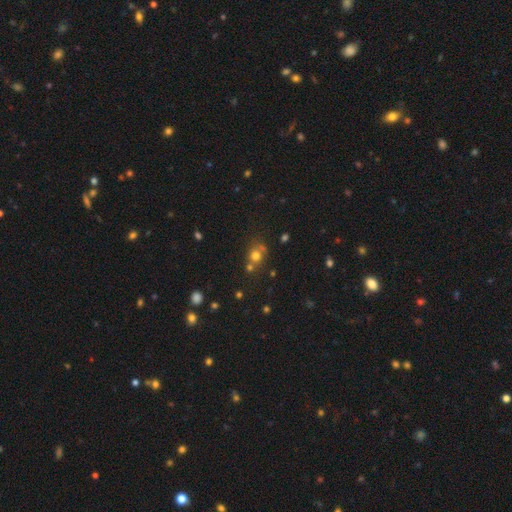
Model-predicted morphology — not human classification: The model was most divided on "merging": none: 53%, merger: 29%, minor disturbance: 12%, major disturbance: 6%. More confident: how rounded — round (80%); smooth or featured — smooth (70%).